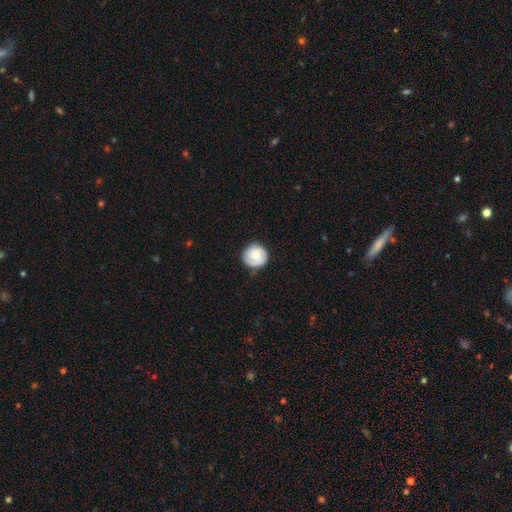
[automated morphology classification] A smooth galaxy with no disk features (58%) that is round (92%). Merging: none (81%).